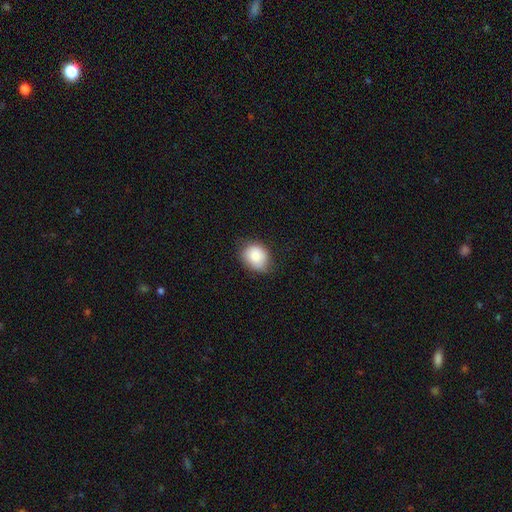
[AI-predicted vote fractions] A smooth galaxy with no disk features (86%) that is round (55%).

Vote fractions:
- Smooth or featured? smooth: 86% / star or artifact: 7% / featured or disk: 7%
- How rounded? round: 55% / in between: 44% / cigar-shaped: 1%
- Merging? none: 69% / minor disturbance: 25% / major disturbance: 5% / merger: 1%